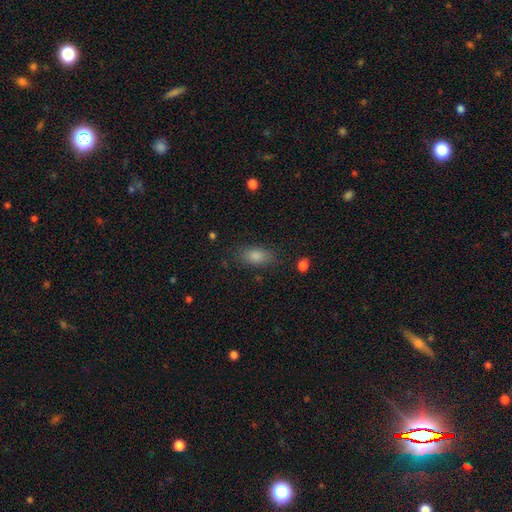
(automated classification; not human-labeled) Smooth or featured? smooth (78%)
How rounded? in between (83%)
Merging? none (83%)